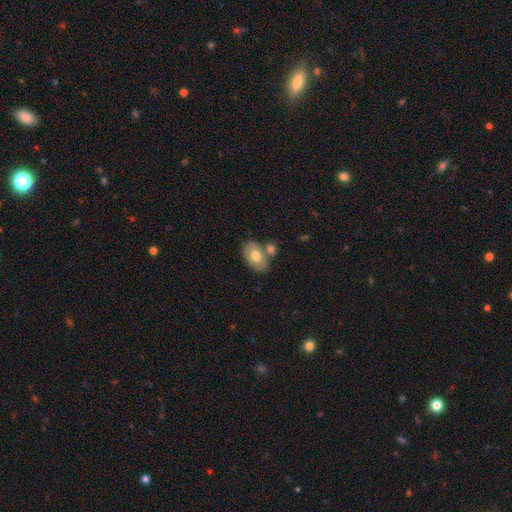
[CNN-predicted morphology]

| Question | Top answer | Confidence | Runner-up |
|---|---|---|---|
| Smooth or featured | smooth | 68% | featured or disk (26%) |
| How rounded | in between | 88% | round (11%) |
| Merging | none | 57% | merger (25%) |